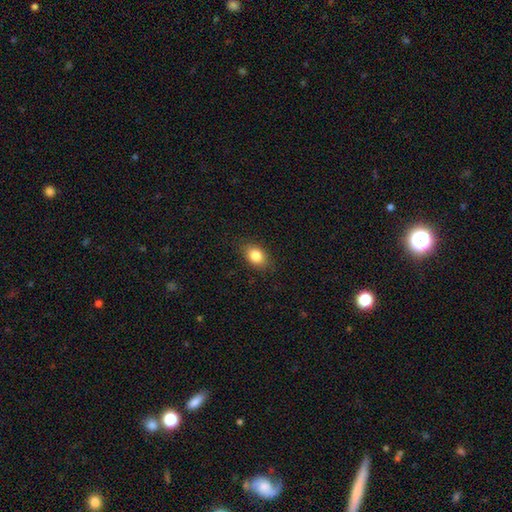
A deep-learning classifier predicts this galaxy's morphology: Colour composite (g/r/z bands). It shows a smooth galaxy with no disk features (83%) that is in between round and cigar-shaped (76%). Merging: none (85%).